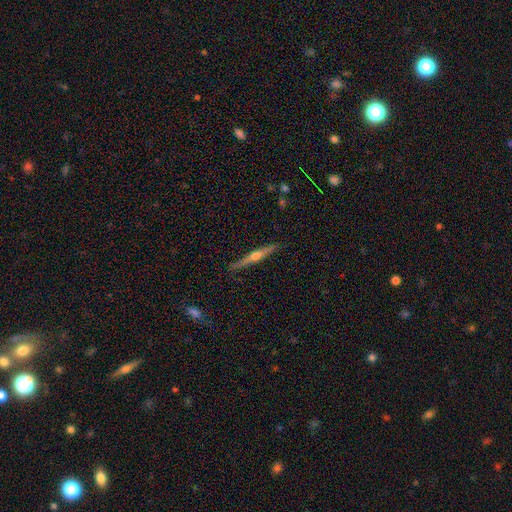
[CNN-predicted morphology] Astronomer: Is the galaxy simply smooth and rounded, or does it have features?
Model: featured or disk — 74%.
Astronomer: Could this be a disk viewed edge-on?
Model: yes — 98%.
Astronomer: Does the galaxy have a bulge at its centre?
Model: rounded — 90%.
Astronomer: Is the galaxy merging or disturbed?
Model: none — 90%.